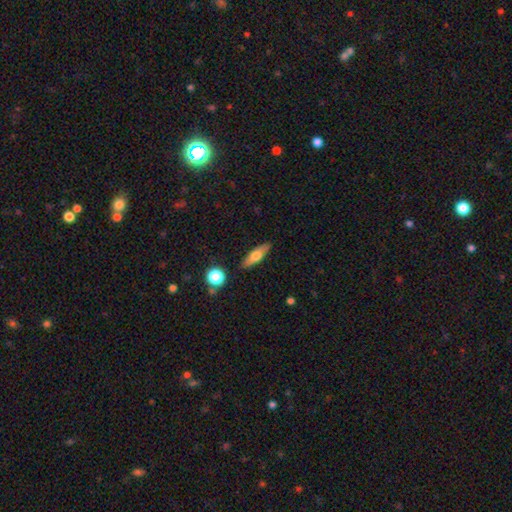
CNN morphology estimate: Q: Smooth or featured?
A: smooth (57%); runner-up: featured or disk (36%)
Q: How rounded?
A: cigar-shaped (56%); runner-up: in between (40%)
Q: Merging?
A: none (87%); runner-up: minor disturbance (9%)